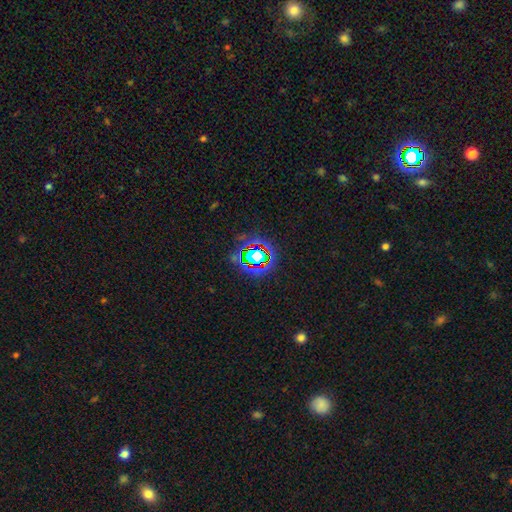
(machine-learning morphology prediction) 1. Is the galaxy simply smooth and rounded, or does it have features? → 67% star or artifact, 20% smooth, 13% featured or disk.